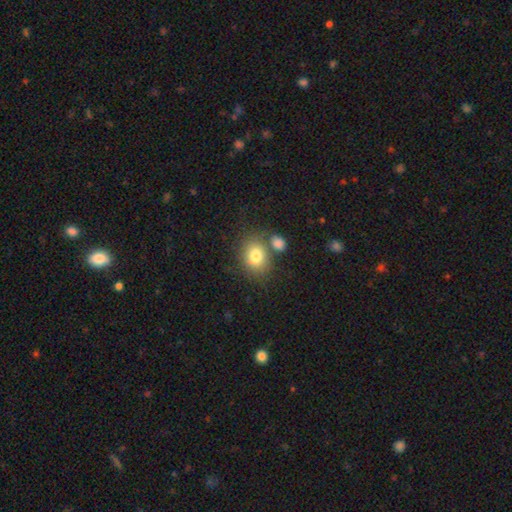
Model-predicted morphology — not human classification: A smooth galaxy with no disk features (78%) that is round (52%).

Vote fractions:
- Smooth or featured? smooth: 78% / featured or disk: 12% / star or artifact: 10%
- How rounded? round: 52% / in between: 47% / cigar-shaped: 1%
- Merging? none: 58% / merger: 23% / minor disturbance: 14% / major disturbance: 6%